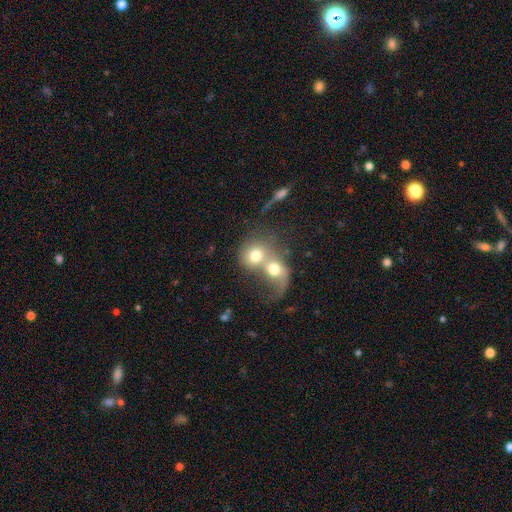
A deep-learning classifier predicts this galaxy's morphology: This is likely a smooth galaxy (62%). How rounded: likely round (71%). Merging: likely merger (78%).